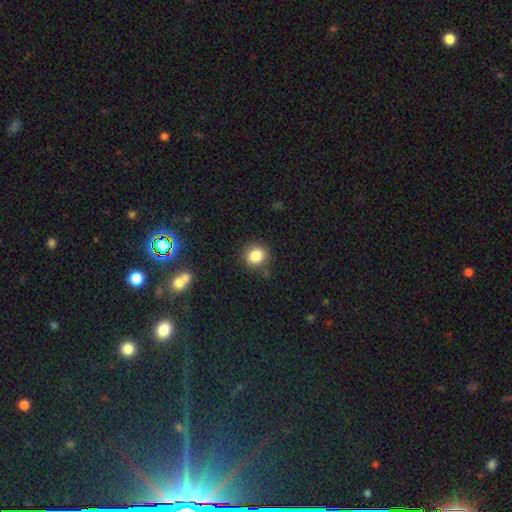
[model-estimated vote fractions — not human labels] Q: Smooth or featured?
A: smooth (84%); runner-up: star or artifact (11%)
Q: How rounded?
A: round (82%); runner-up: in between (17%)
Q: Merging?
A: none (83%); runner-up: minor disturbance (11%)